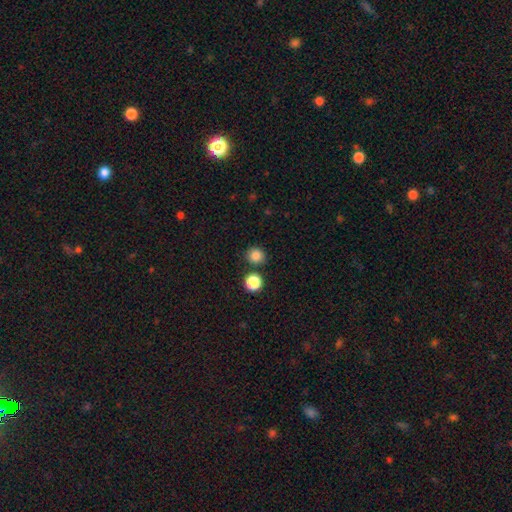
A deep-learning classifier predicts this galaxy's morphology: Smooth or featured? Predicted: smooth (p=0.84). How rounded? Predicted: round (p=0.88). Merging? Predicted: none (p=0.82).